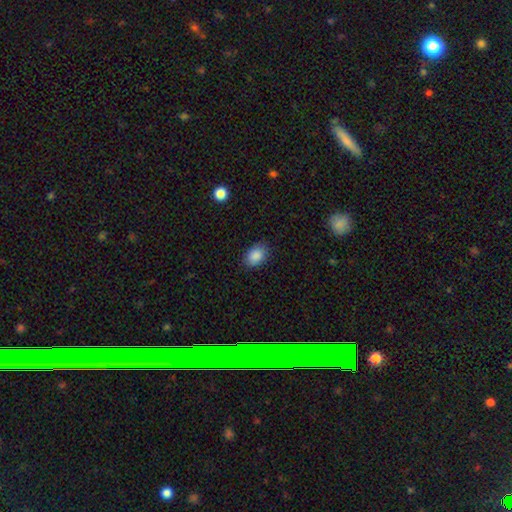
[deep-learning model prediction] A smooth galaxy with no disk features (88%) that is in between round and cigar-shaped (79%).

Vote fractions:
- Smooth or featured? smooth: 88% / star or artifact: 8% / featured or disk: 4%
- How rounded? in between: 79% / round: 20% / cigar-shaped: 1%
- Merging? none: 84% / minor disturbance: 12% / major disturbance: 3% / merger: 1%